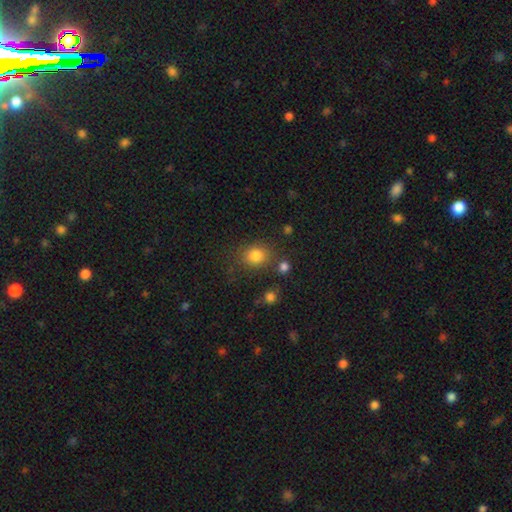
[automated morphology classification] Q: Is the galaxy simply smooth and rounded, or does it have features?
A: smooth — 82%.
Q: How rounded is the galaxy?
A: round — 67%.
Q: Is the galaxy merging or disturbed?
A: none — 74%.